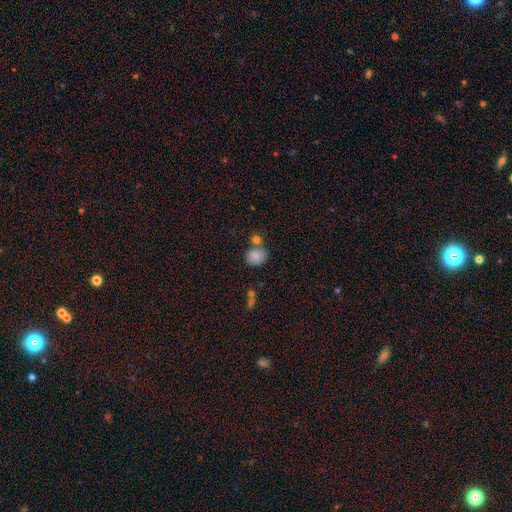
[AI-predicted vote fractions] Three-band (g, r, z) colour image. It shows a smooth galaxy with no disk features (84%) that is round (63%). Merging: none (52%).